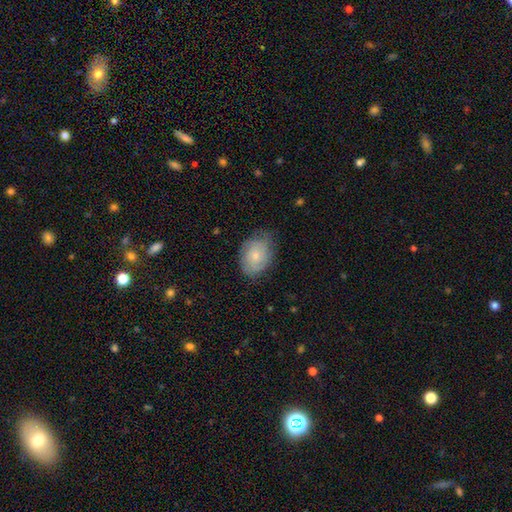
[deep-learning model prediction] smooth 66%, featured or disk 27%, star or artifact 7%. Down the decision tree: how rounded — in between (72%); merging — none (64%).